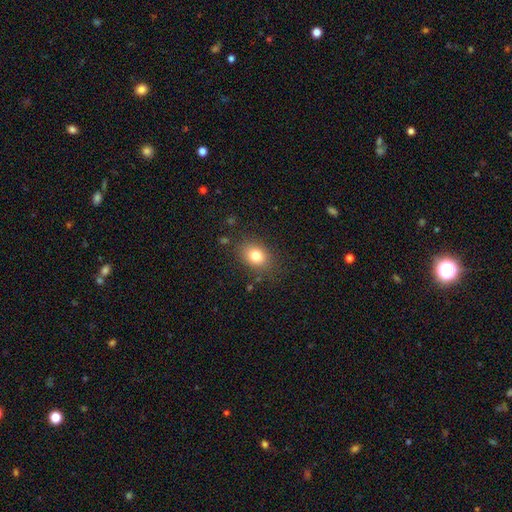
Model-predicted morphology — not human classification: This is likely a smooth galaxy (79%). How rounded: possibly in between (56%). Merging: clearly none (82%).